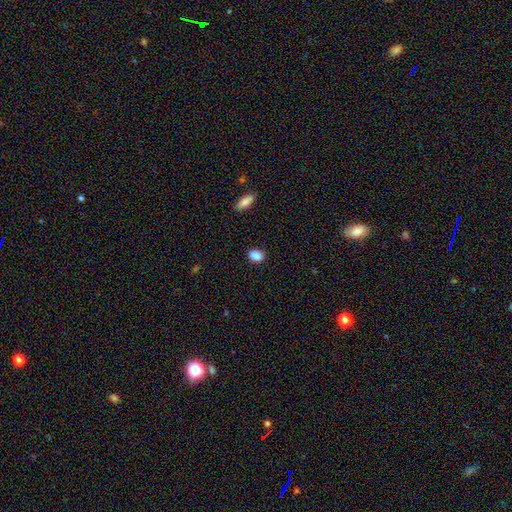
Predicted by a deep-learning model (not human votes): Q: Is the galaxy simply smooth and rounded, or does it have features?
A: smooth — 88%.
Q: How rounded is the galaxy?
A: in between — 64%.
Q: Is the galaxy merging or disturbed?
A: none — 86%.